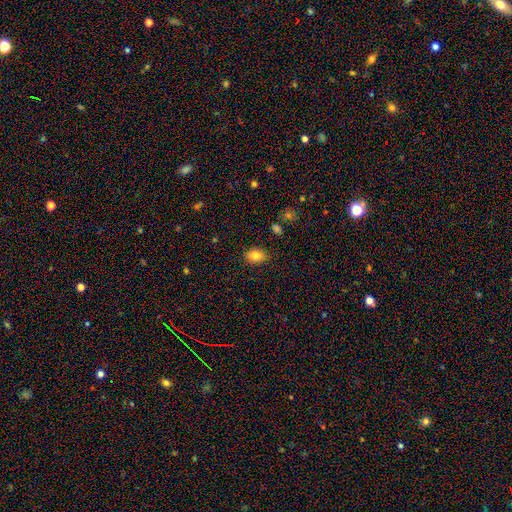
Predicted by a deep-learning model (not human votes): smooth-or-featured: smooth: 83% | star or artifact: 9% | featured or disk: 8%
  how-rounded: in between: 75% | round: 24% | cigar-shaped: 1%
  merging: none: 86% | minor disturbance: 10% | major disturbance: 2% | merger: 1%